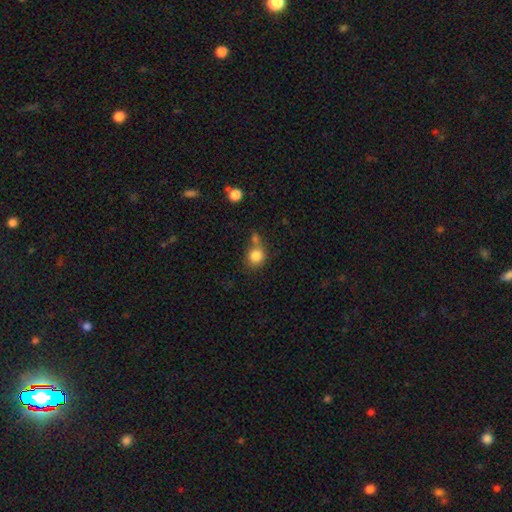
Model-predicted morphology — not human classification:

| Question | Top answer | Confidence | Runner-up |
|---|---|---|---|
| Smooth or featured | smooth | 83% | star or artifact (10%) |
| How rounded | round | 80% | in between (19%) |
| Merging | none | 53% | merger (28%) |